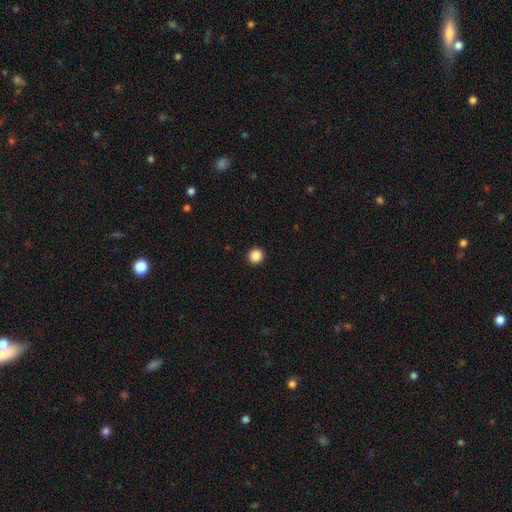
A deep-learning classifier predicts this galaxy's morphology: type=smooth (87%); roundness=round (94%); merging=none (94%).